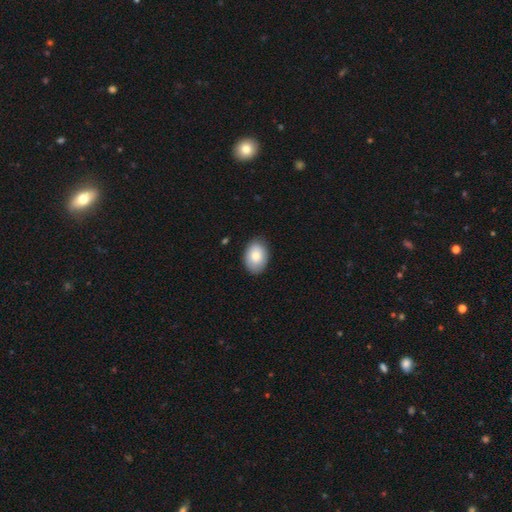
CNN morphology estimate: type=smooth (80%); roundness=in between (83%); merging=none (85%).